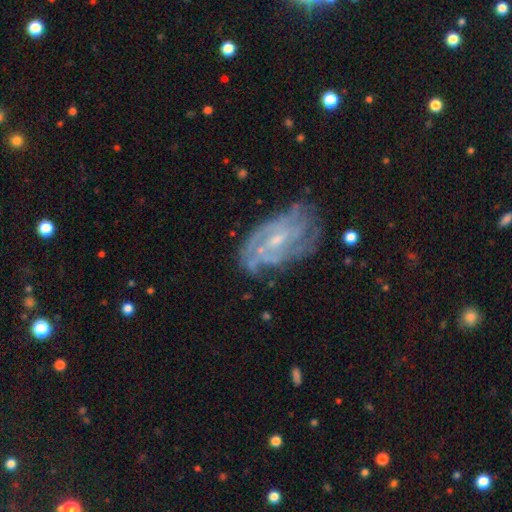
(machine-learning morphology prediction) Smooth or featured? featured or disk (81%)
Edge-on disk? no (96%)
Bar? weak (48%)
Spiral arms? yes (86%)
Spiral winding? tight (53%)
Spiral arm count? can't tell (44%)
Bulge size? small (59%)
Merging? none (58%)